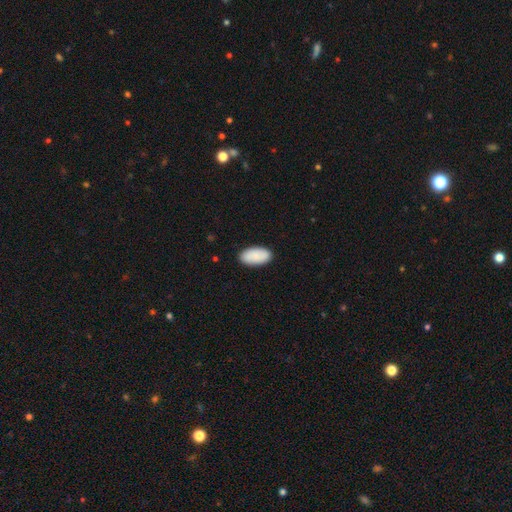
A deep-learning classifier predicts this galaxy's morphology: smooth 86%, featured or disk 8%, star or artifact 6%. Down the decision tree: how rounded — in between (96%); merging — none (88%).